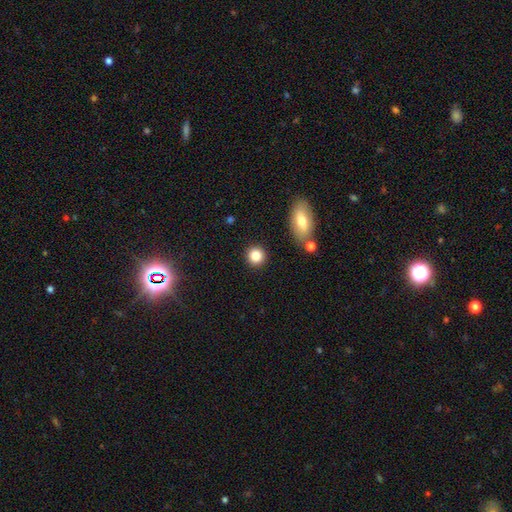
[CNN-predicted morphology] This appears to be a smooth galaxy with no disk features (84%) that is round (91%). Merging: none (89%).